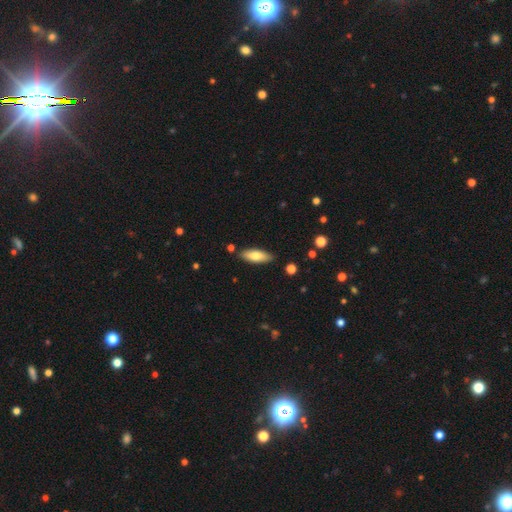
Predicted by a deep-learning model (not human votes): A smooth galaxy with no disk features (73%) that is in between round and cigar-shaped (63%). Merging: none (85%).